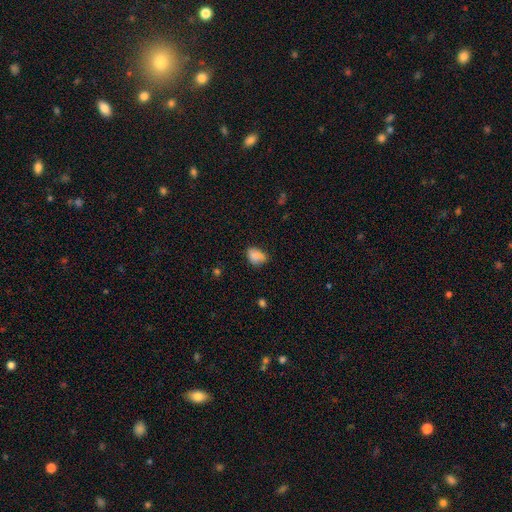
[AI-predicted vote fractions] Overall: smooth (85%). How rounded: in between (77%). Merging: none (61%; minor disturbance 31%).